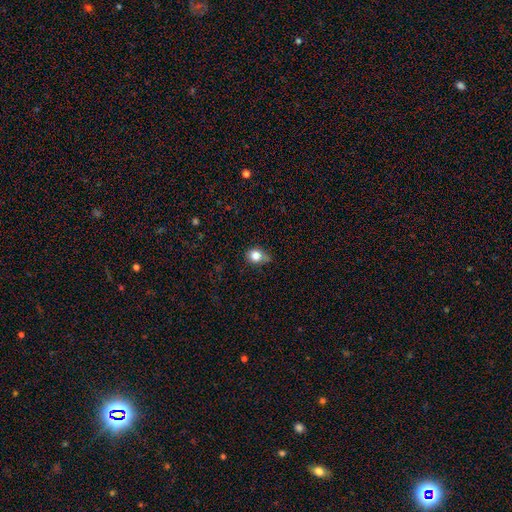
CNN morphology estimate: Smooth or featured?
  - smooth: 81% *
  - star or artifact: 11%
  - featured or disk: 9%
How rounded?
  - round: 67% *
  - in between: 31%
  - cigar-shaped: 1%
Merging?
  - none: 53% *
  - minor disturbance: 36%
  - major disturbance: 8%
  - merger: 3%